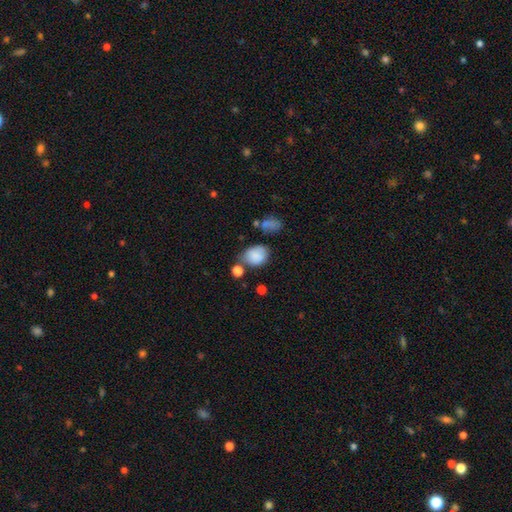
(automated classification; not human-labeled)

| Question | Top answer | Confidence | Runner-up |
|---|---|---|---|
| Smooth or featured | smooth | 84% | star or artifact (9%) |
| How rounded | in between | 66% | round (33%) |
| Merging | none | 56% | minor disturbance (24%) |